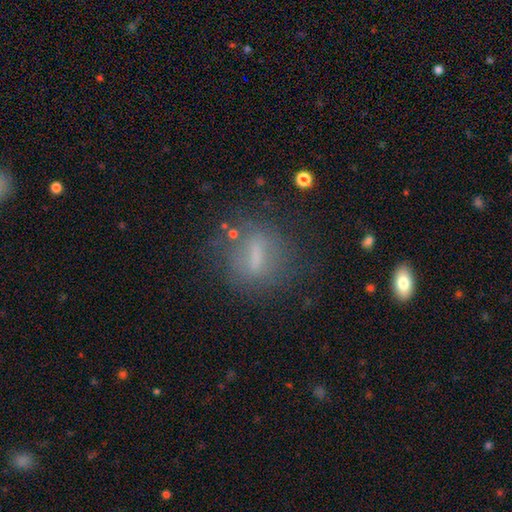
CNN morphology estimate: Smooth or featured: smooth — 50% (featured or disk — 35%)
Merging: none — 71% (minor disturbance — 15%)